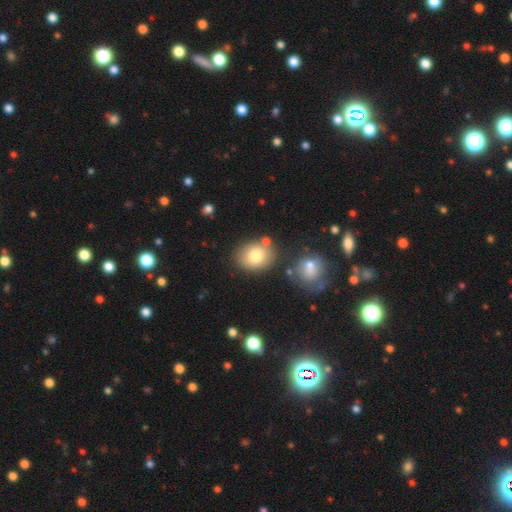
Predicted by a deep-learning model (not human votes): smooth 77%, featured or disk 14%, star or artifact 9%. Down the decision tree: how rounded — in between (51%); merging — none (74%).